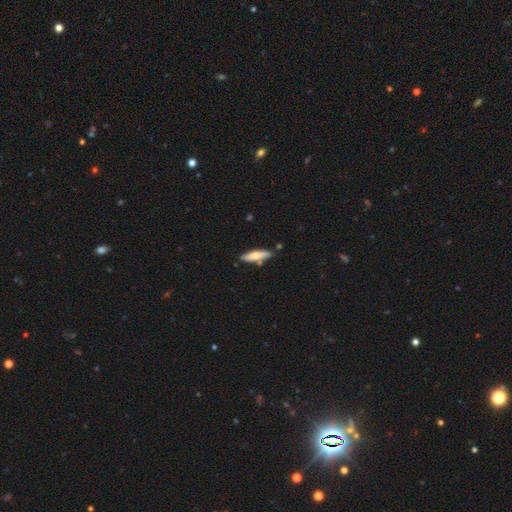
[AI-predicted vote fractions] Smooth or featured: smooth — 63% (featured or disk — 31%)
How rounded: cigar-shaped — 64% (in between — 34%)
Merging: none — 79% (minor disturbance — 13%)